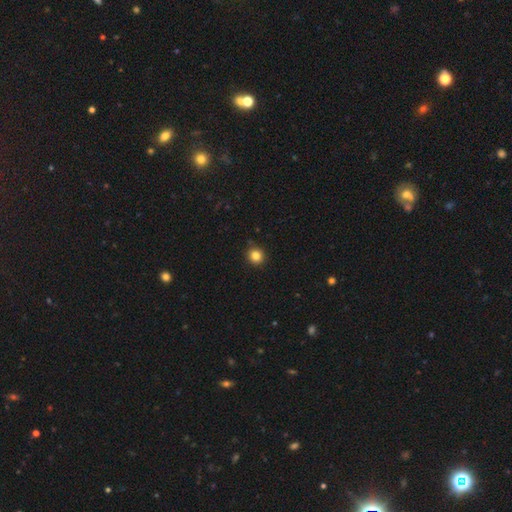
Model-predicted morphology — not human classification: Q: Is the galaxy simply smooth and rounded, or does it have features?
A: smooth — 84%.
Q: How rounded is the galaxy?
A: round — 90%.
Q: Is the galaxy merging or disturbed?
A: none — 91%.